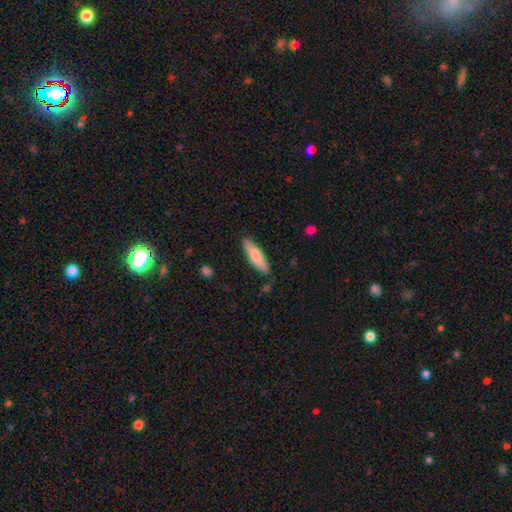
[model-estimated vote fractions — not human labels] Overall: smooth (75%). How rounded: cigar-shaped (69%; in between 30%). Merging: none (85%).